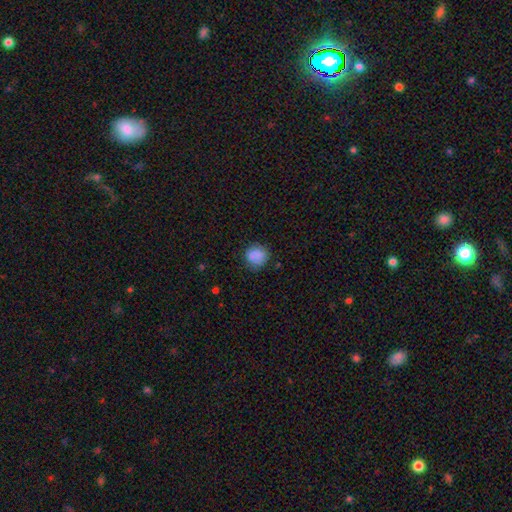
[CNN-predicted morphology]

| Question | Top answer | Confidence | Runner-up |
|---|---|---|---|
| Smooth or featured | smooth | 84% | star or artifact (9%) |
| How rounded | round | 85% | in between (14%) |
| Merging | none | 73% | minor disturbance (18%) |